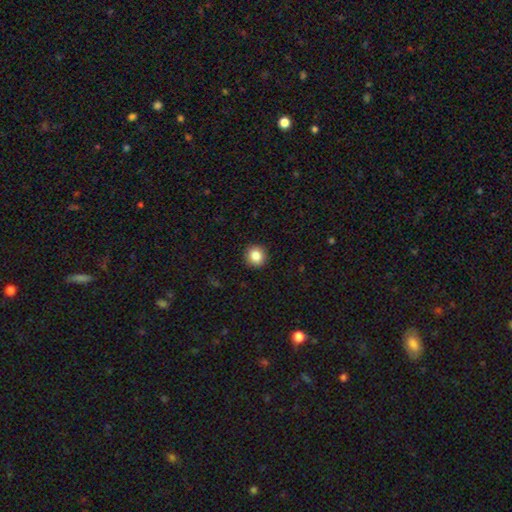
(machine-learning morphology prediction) smooth 86%, star or artifact 9%, featured or disk 4%. Down the decision tree: how rounded — round (91%); merging — none (92%).